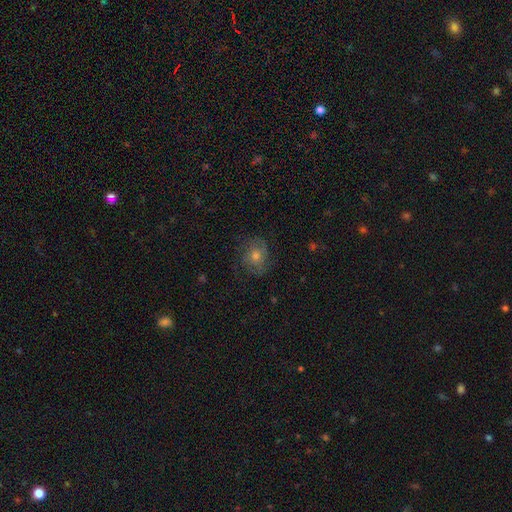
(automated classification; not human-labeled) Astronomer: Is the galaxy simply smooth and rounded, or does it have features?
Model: smooth — 54% (runner-up: featured or disk, 34%).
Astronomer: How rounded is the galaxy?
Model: round — 66%.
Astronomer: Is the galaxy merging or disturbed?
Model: none — 68%.